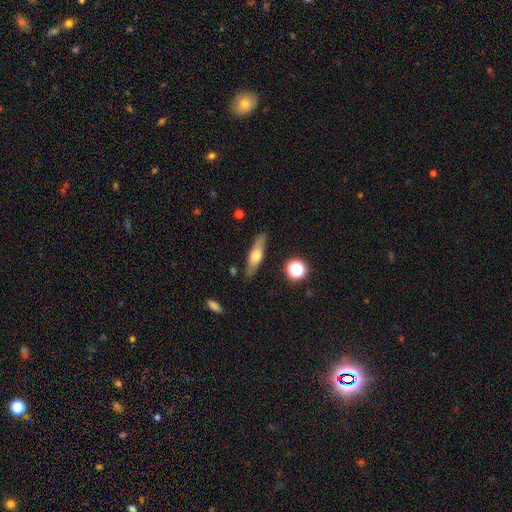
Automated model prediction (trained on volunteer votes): Smooth or featured: smooth — 48% (featured or disk — 45%)
Merging: none — 84% (minor disturbance — 11%)